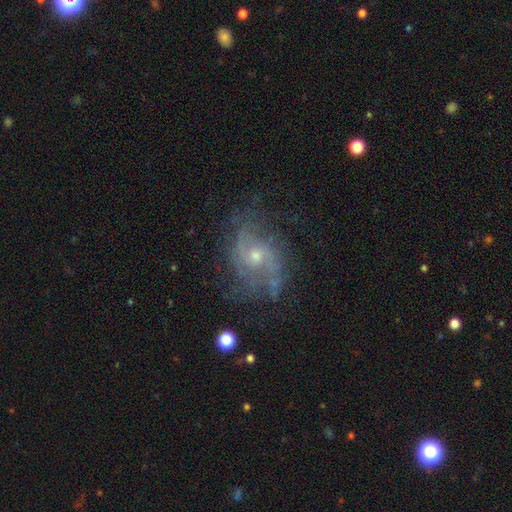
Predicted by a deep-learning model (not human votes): Smooth or featured? Predicted: featured or disk (p=0.79). Edge-on disk? Predicted: no (p=0.97). Bar? Predicted: no (p=0.67). Spiral arms? Predicted: yes (p=0.90). Spiral winding? Predicted: medium (p=0.43). Spiral arm count? Predicted: 2 (p=0.58). Bulge size? Predicted: small (p=0.53). Merging? Predicted: none (p=0.65).